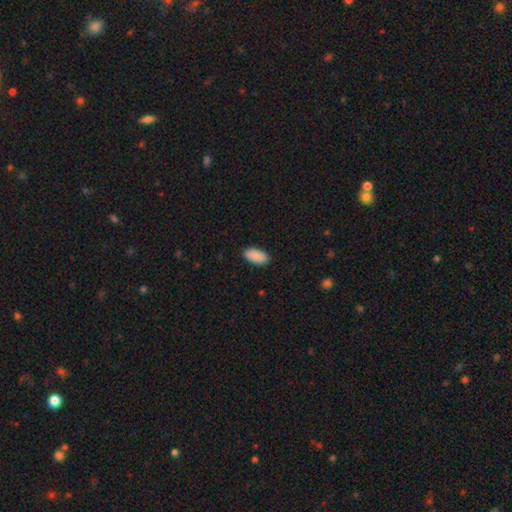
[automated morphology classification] Q: Smooth or featured?
A: smooth (91%); runner-up: star or artifact (6%)
Q: How rounded?
A: in between (94%); runner-up: cigar-shaped (4%)
Q: Merging?
A: none (89%); runner-up: minor disturbance (8%)